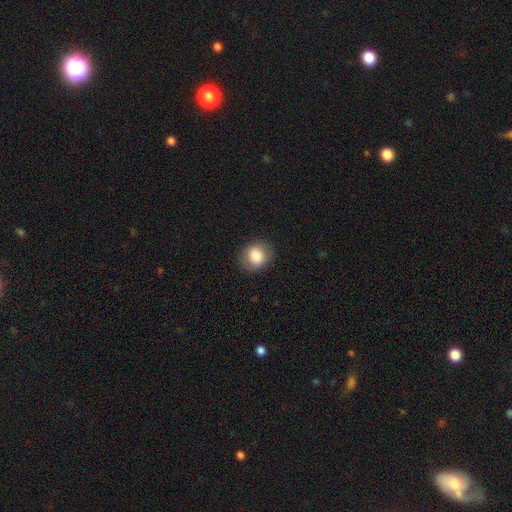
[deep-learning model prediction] smooth 83%, featured or disk 9%, star or artifact 8%. Down the decision tree: how rounded — round (60%); merging — none (84%).